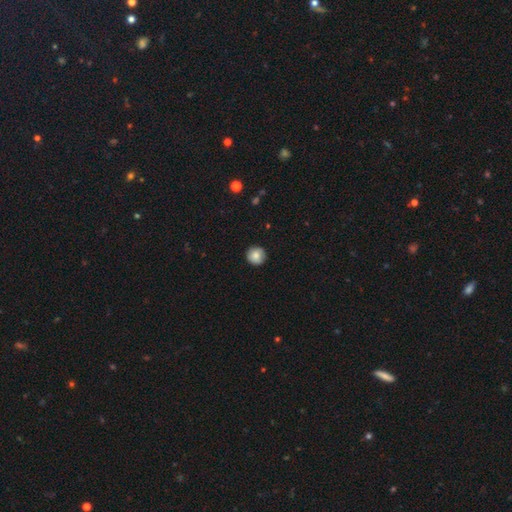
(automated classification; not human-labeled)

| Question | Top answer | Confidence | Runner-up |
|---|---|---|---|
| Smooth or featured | smooth | 84% | star or artifact (8%) |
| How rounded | round | 94% | in between (5%) |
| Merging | none | 88% | minor disturbance (9%) |